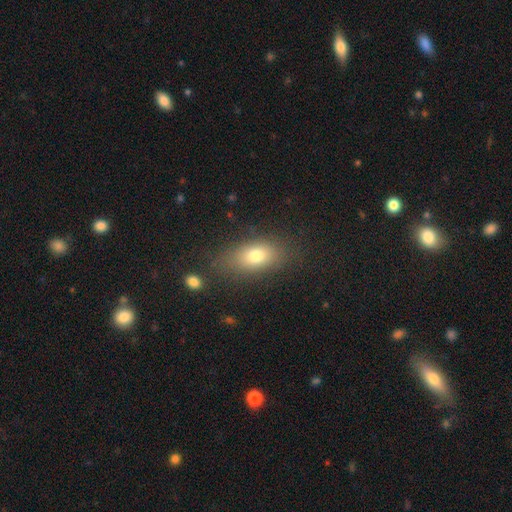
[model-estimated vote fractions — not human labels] A smooth galaxy with no disk features (76%) that is in between round and cigar-shaped (84%).

Vote fractions:
- Smooth or featured? smooth: 76% / featured or disk: 14% / star or artifact: 10%
- How rounded? in between: 84% / round: 9% / cigar-shaped: 7%
- Merging? none: 77% / minor disturbance: 15% / major disturbance: 6% / merger: 3%